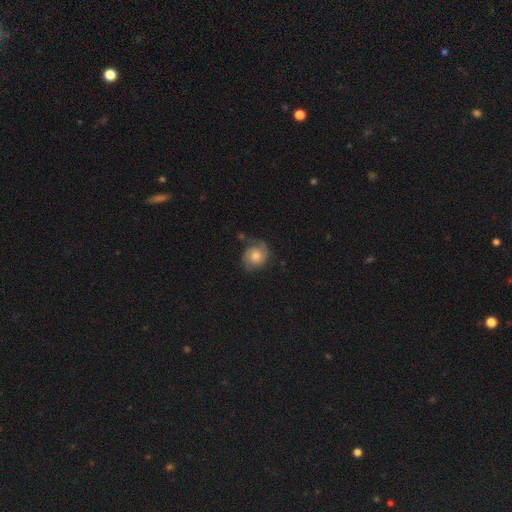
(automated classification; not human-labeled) This is likely a featured or disk galaxy (61%). It is clearly not viewed edge-on (97%). Bar: likely no (77%). Spiral arm pattern: clearly yes (90%). Spiral arm count: likely 2 (67%). Spiral winding: marginally tight (45%). Central bulge: likely moderate (62%). Merging: likely none (67%).